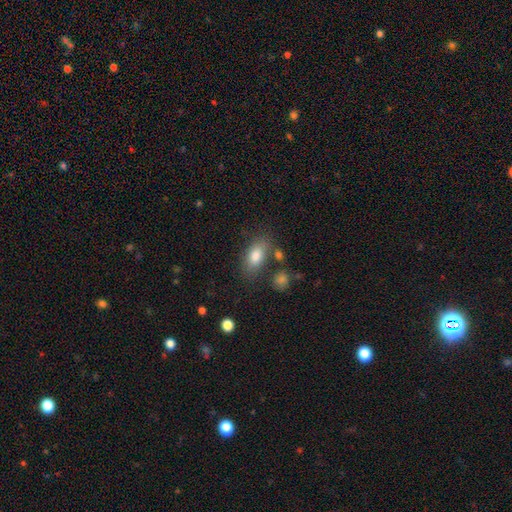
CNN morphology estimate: The model was most divided on "merging": none: 71%, minor disturbance: 16%, merger: 7%, major disturbance: 6%. More confident: how rounded — in between (89%); smooth or featured — smooth (82%).